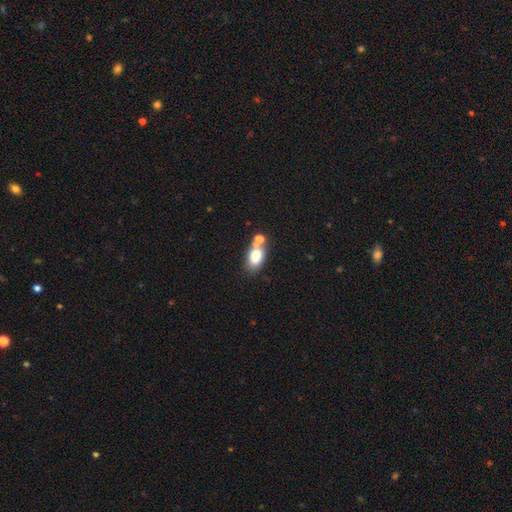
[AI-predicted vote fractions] Morphology: type=smooth (79%); roundness=in between (85%); merging=none (51%).